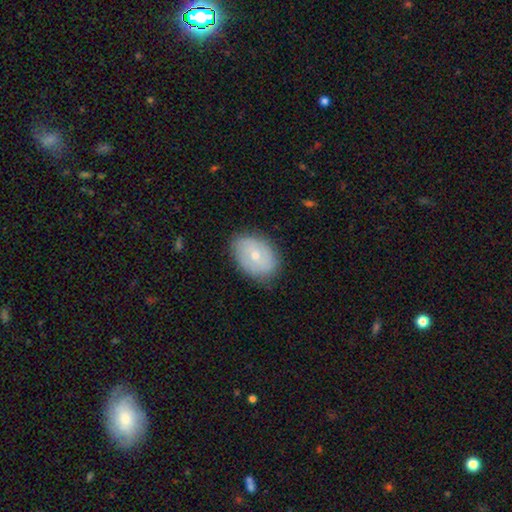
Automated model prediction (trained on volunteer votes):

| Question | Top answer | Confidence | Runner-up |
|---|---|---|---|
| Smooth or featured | smooth | 50% | featured or disk (43%) |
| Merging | none | 80% | minor disturbance (16%) |